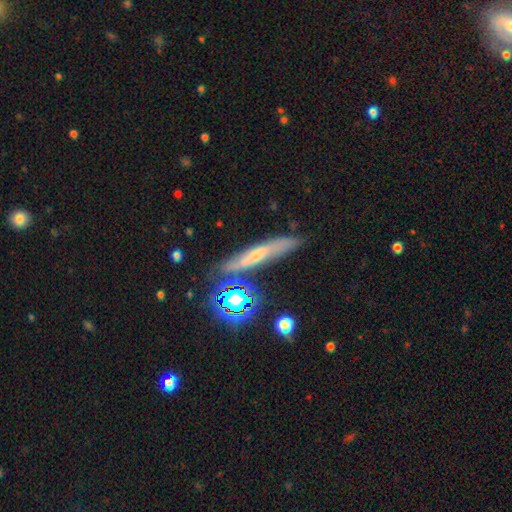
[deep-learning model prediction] Morphology: type=smooth (40%); merging=none (72%).